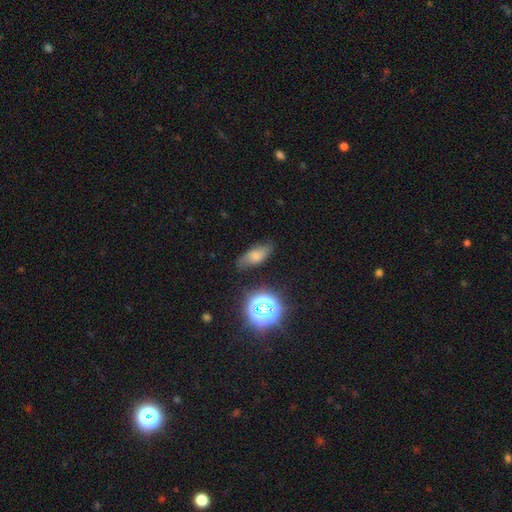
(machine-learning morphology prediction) This appears to be a smooth galaxy with no disk features (42%). Merging: none (76%).